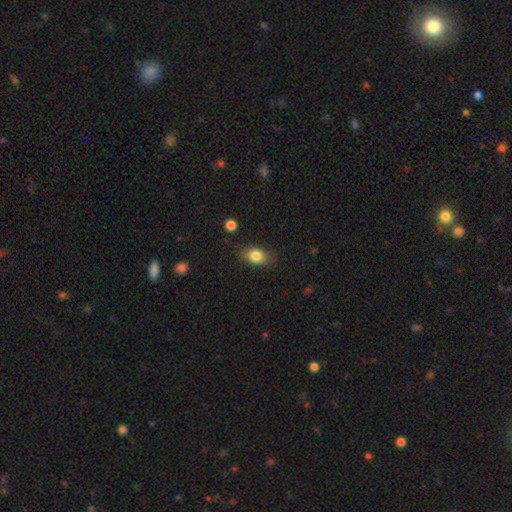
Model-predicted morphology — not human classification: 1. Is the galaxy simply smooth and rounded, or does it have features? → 83% smooth, 9% star or artifact, 8% featured or disk.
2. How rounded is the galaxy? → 77% in between, 21% round, 2% cigar-shaped.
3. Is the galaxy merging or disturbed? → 79% none, 16% minor disturbance, 4% major disturbance, 2% merger.